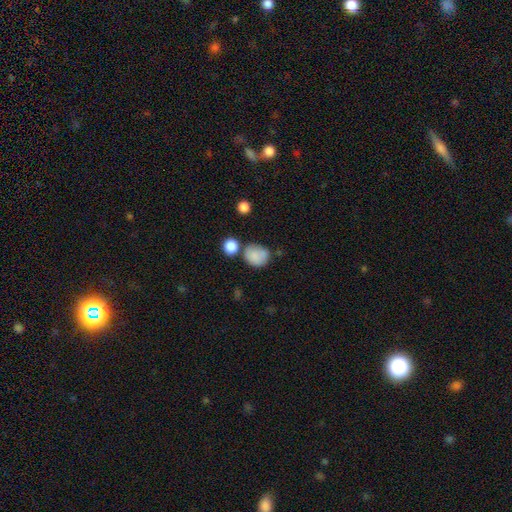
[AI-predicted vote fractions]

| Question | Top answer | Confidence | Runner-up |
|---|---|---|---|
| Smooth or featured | smooth | 84% | star or artifact (9%) |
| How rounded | round | 65% | in between (34%) |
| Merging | none | 57% | minor disturbance (20%) |